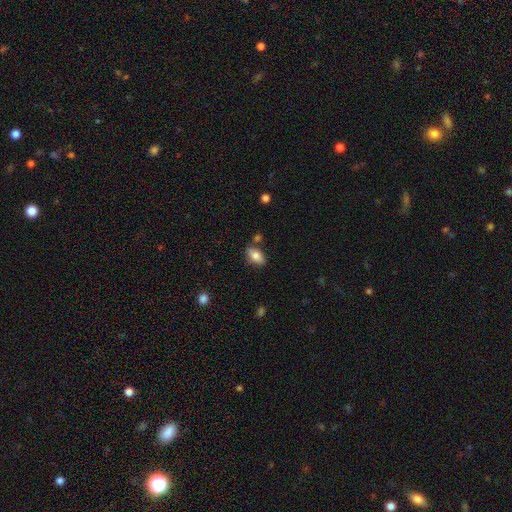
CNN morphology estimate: The model was most divided on "merging": none: 78%, minor disturbance: 13%, merger: 6%, major disturbance: 3%. More confident: how rounded — in between (90%); smooth or featured — smooth (81%).